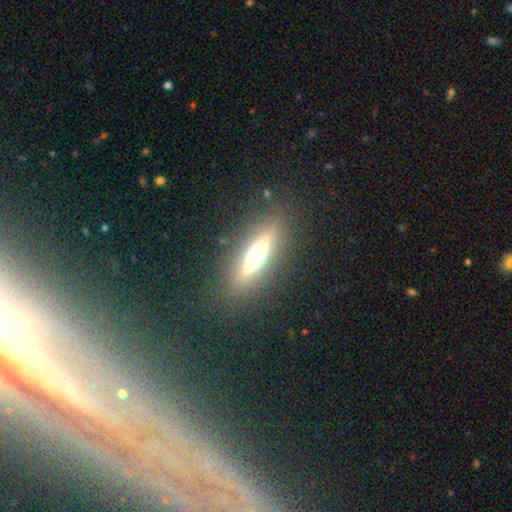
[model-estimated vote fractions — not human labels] Smooth or featured? featured or disk (61%)
Edge-on disk? yes (91%)
Edge-on bulge? rounded (89%)
Merging? none (87%)